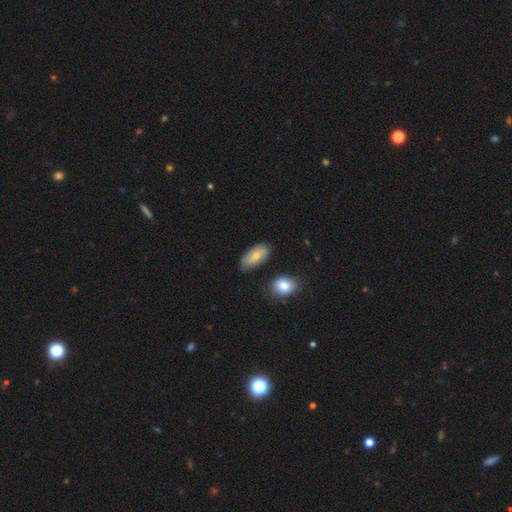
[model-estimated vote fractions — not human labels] This appears to be a smooth galaxy with no disk features (70%) that is in between round and cigar-shaped (90%). Merging: none (76%).